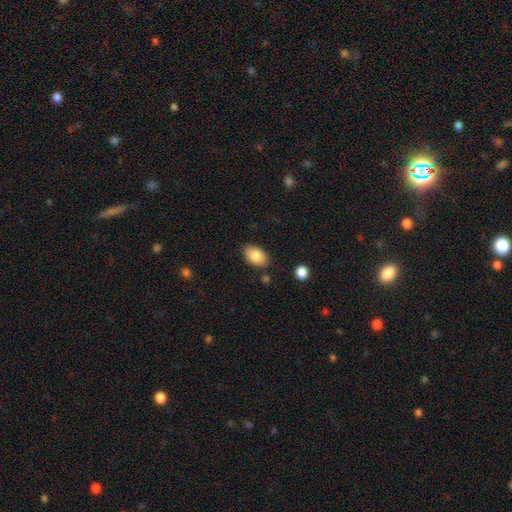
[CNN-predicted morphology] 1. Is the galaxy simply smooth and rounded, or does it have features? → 85% smooth, 8% featured or disk, 7% star or artifact.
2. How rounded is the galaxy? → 88% in between, 11% round, 1% cigar-shaped.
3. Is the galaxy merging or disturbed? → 83% none, 12% minor disturbance, 3% merger, 3% major disturbance.